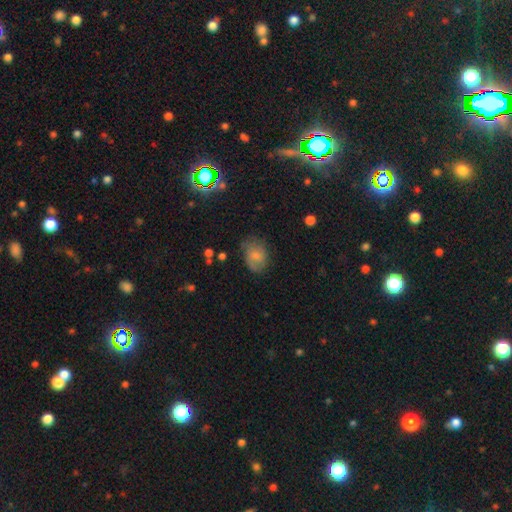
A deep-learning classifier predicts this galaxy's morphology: A smooth galaxy with no disk features (68%) that is in between round and cigar-shaped (70%). Merging: none (61%).